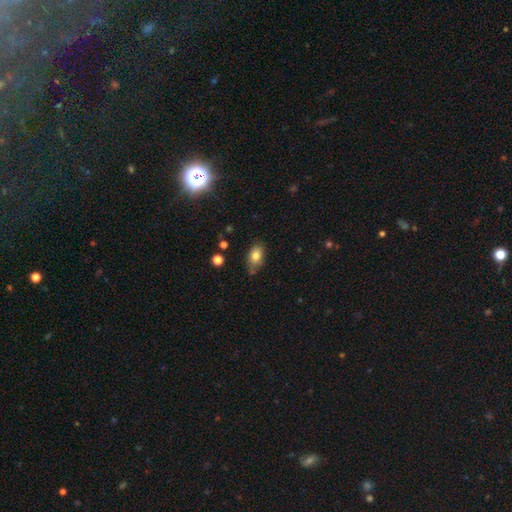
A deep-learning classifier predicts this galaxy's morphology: The model was most divided on "merging": none: 65%, minor disturbance: 25%, major disturbance: 5%, merger: 5%. More confident: how rounded — in between (84%); smooth or featured — smooth (80%).